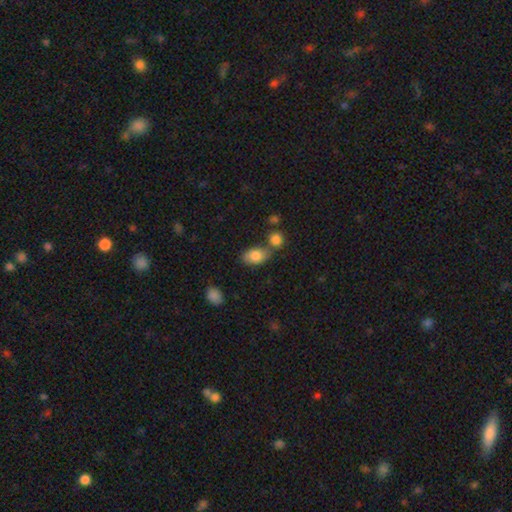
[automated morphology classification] Overall: smooth (82%). How rounded: in between (87%). Merging: none (53%; merger 26%).